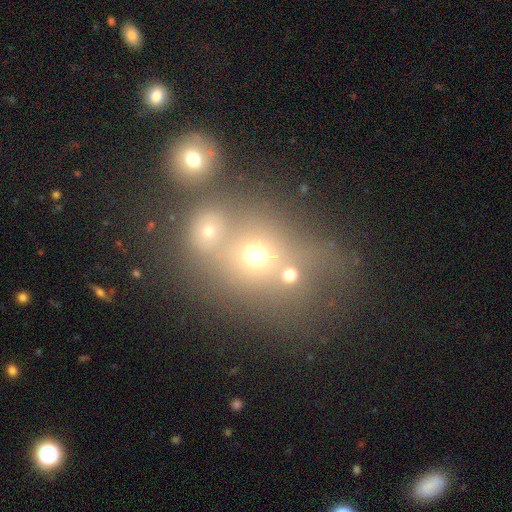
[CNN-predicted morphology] Smooth or featured: smooth — 63% (star or artifact — 21%)
How rounded: round — 72% (in between — 26%)
Merging: merger — 50% (none — 36%)